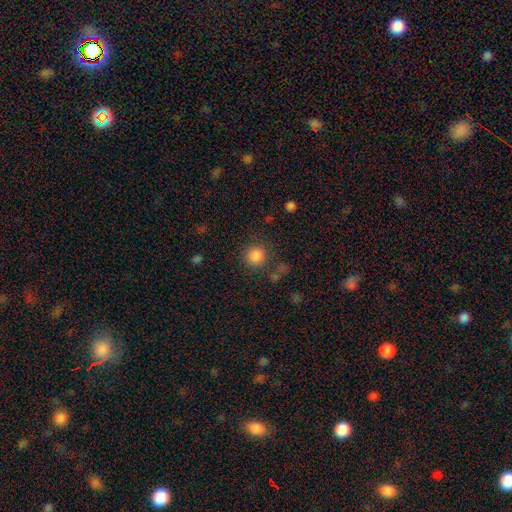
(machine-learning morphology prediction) This is clearly a smooth galaxy (85%). How rounded: clearly round (93%). Merging: clearly none (80%).